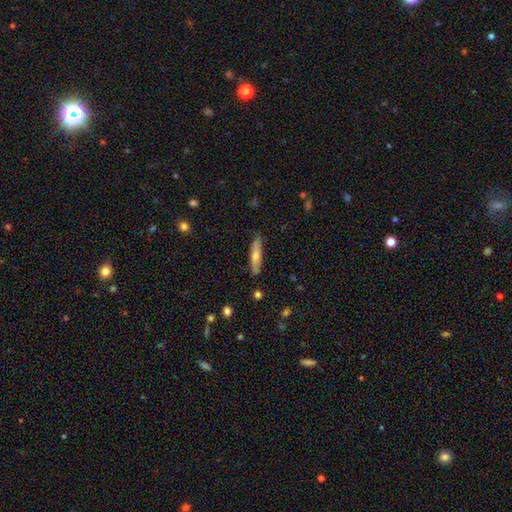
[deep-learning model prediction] Morphology: type=smooth (65%); roundness=cigar-shaped (79%); merging=none (82%).